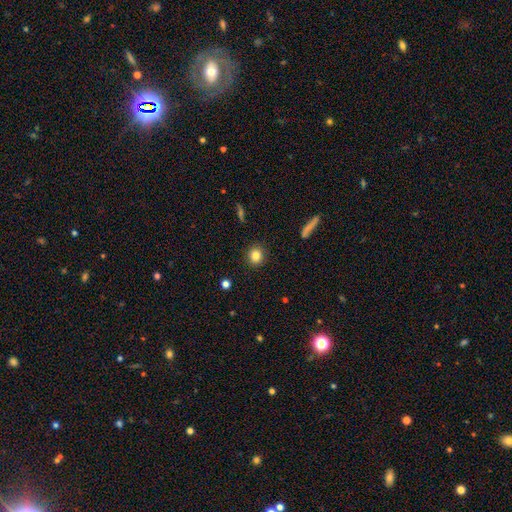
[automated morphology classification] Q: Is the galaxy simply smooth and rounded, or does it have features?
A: smooth — 84%.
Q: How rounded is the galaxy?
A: round — 83%.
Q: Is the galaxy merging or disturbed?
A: none — 90%.